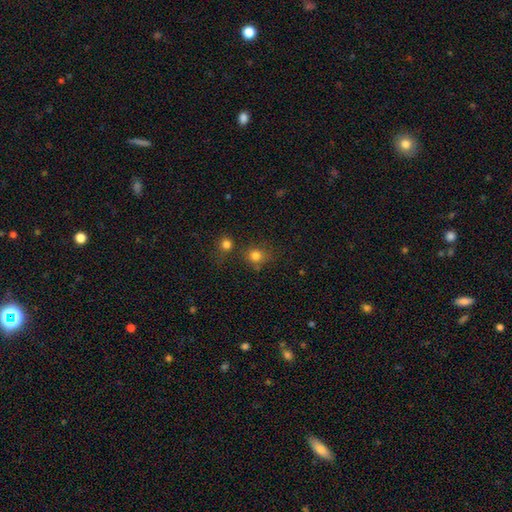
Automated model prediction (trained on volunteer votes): A smooth galaxy with no disk features (79%) that is round (82%).

Vote fractions:
- Smooth or featured? smooth: 79% / star or artifact: 14% / featured or disk: 6%
- How rounded? round: 82% / in between: 17% / cigar-shaped: 1%
- Merging? none: 65% / merger: 17% / minor disturbance: 12% / major disturbance: 6%